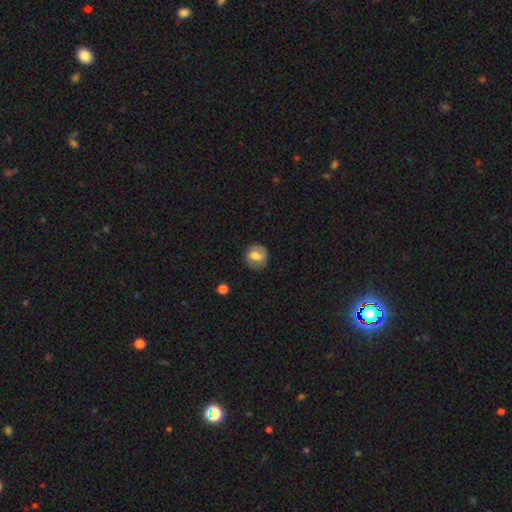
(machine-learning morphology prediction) The model was most divided on "smooth or featured": smooth: 56%, featured or disk: 36%, star or artifact: 8%. More confident: merging — none (76%); how rounded — round (69%).